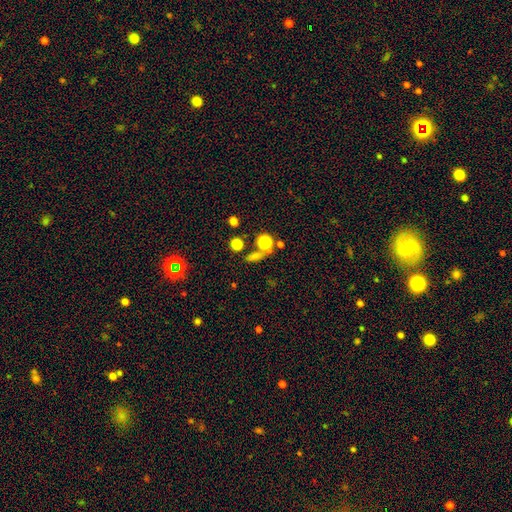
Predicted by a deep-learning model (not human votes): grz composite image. It shows a smooth galaxy with no disk features (57%) that is round (69%). Merging: none (52%).